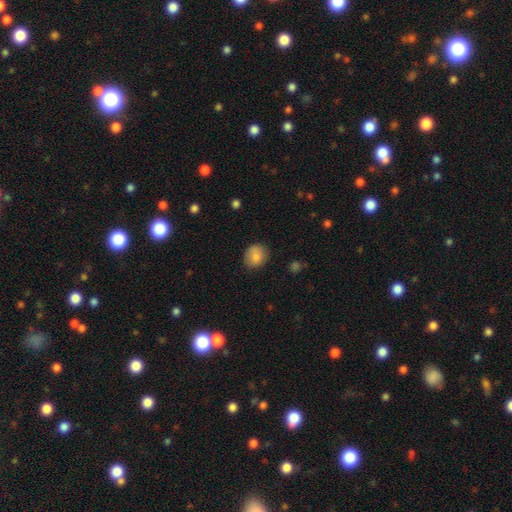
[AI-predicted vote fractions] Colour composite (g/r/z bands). It shows a smooth galaxy with no disk features (82%) that is round (67%). Merging: none (78%).